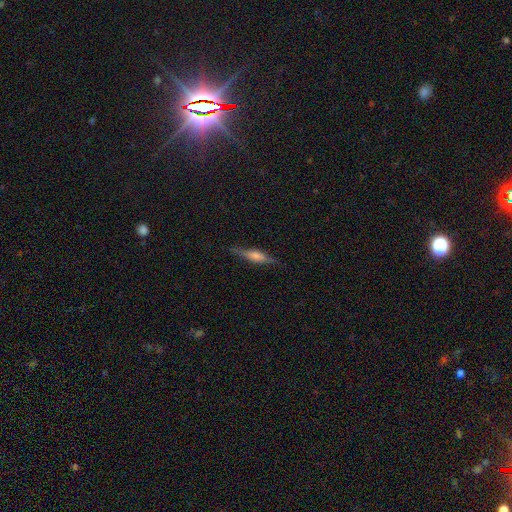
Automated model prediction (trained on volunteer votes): Smooth or featured? featured or disk (62%)
Edge-on disk? yes (96%)
Edge-on bulge? rounded (69%)
Merging? none (87%)